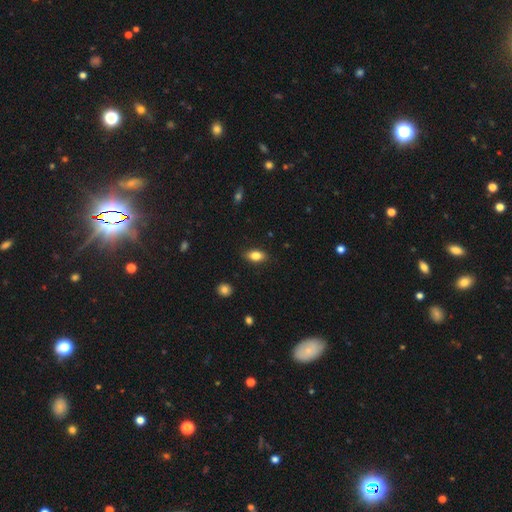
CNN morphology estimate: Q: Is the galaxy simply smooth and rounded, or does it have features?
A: smooth — 82%.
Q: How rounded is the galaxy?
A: in between — 87%.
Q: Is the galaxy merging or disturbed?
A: none — 86%.